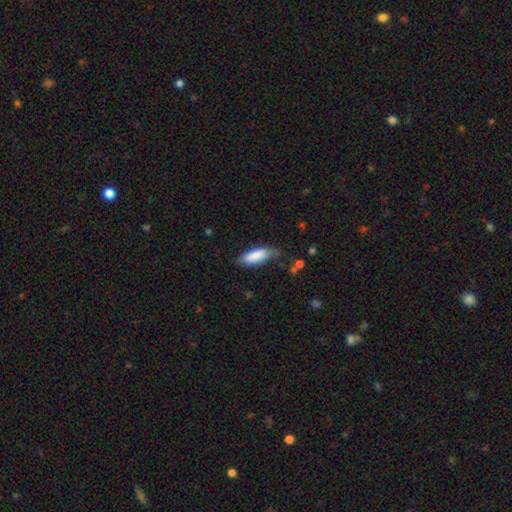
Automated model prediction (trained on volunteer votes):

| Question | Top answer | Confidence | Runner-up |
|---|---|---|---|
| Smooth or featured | smooth | 83% | featured or disk (11%) |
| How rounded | in between | 66% | cigar-shaped (33%) |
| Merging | none | 60% | minor disturbance (31%) |